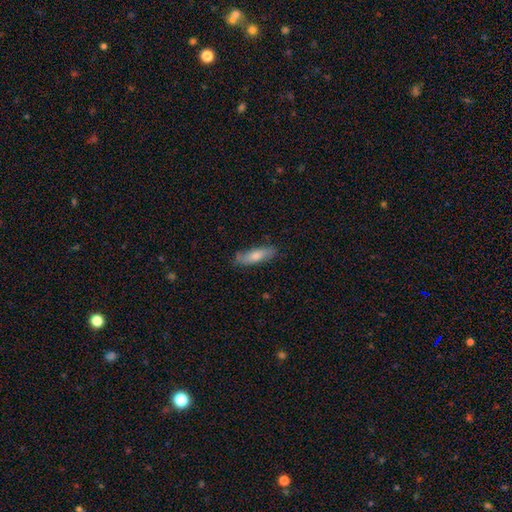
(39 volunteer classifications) A smooth galaxy with no disk features (77%) that is cigar-shaped (53%). Merging: none (84%).